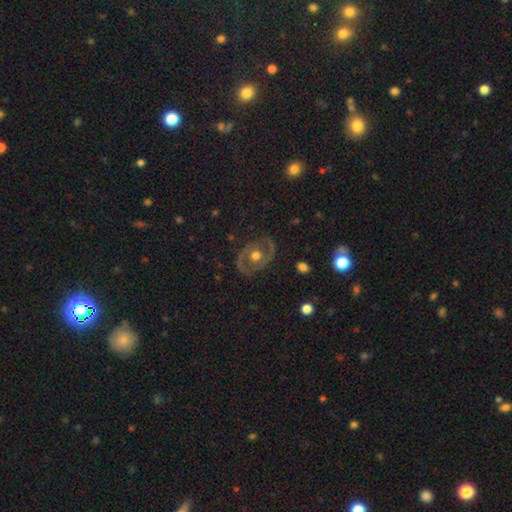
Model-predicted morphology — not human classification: This is likely a featured or disk galaxy (66%). It is clearly not viewed edge-on (95%). Bar: likely no (79%). Spiral arm pattern: possibly yes (51%). Central bulge: likely moderate (71%). Merging: likely none (77%).